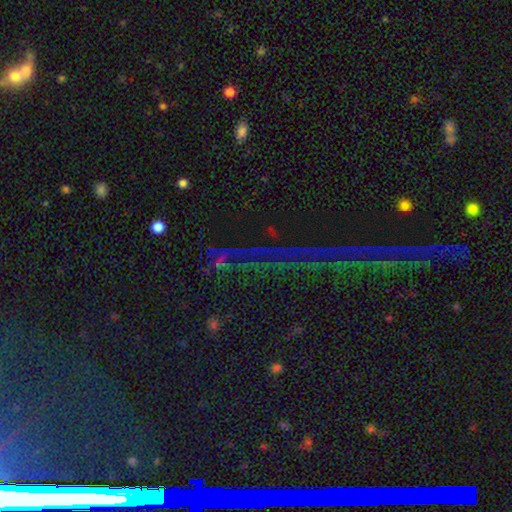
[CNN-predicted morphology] A star or artifact, not a galaxy (77%).

Vote fractions:
- Smooth or featured? star or artifact: 77% / smooth: 12% / featured or disk: 11%